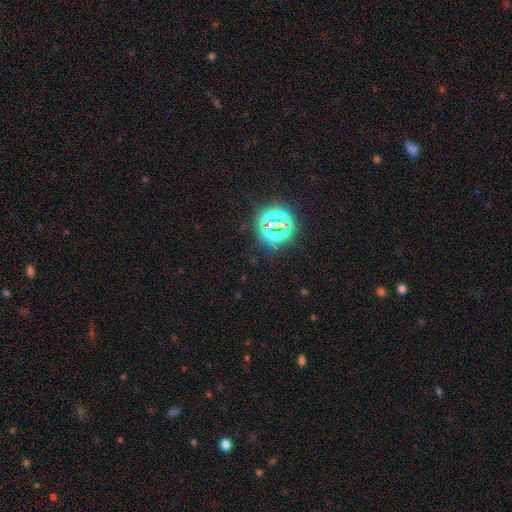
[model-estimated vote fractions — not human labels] star or artifact 80%, smooth 13%, featured or disk 7%.